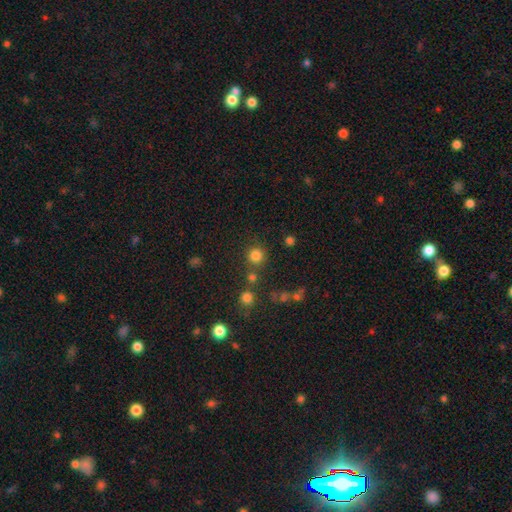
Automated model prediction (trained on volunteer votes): Smooth or featured? Predicted: smooth (p=0.79). How rounded? Predicted: round (p=0.93). Merging? Predicted: none (p=0.78).